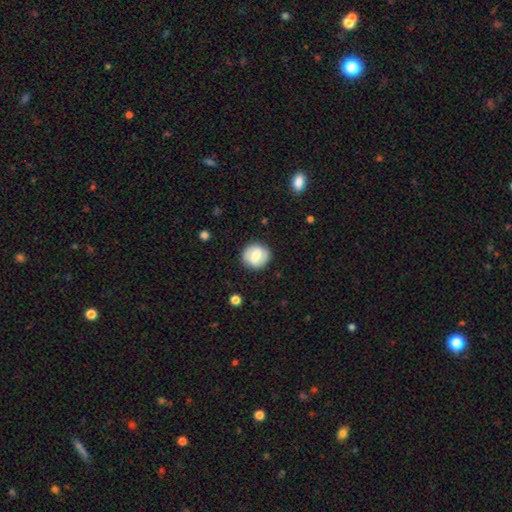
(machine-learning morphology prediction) This is possibly a smooth galaxy (53%). How rounded: clearly round (82%). Merging: clearly none (84%).